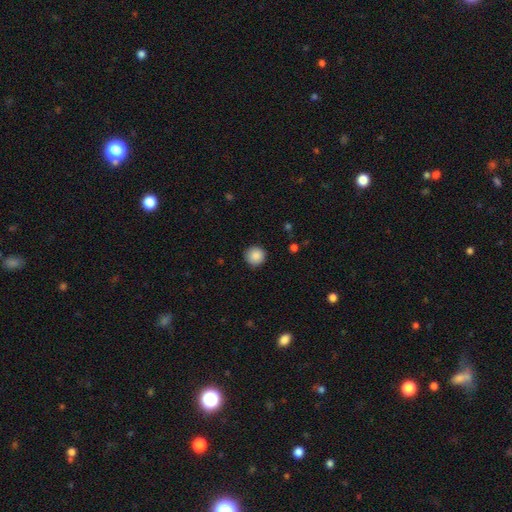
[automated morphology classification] type=smooth (88%); roundness=round (95%); merging=none (90%).